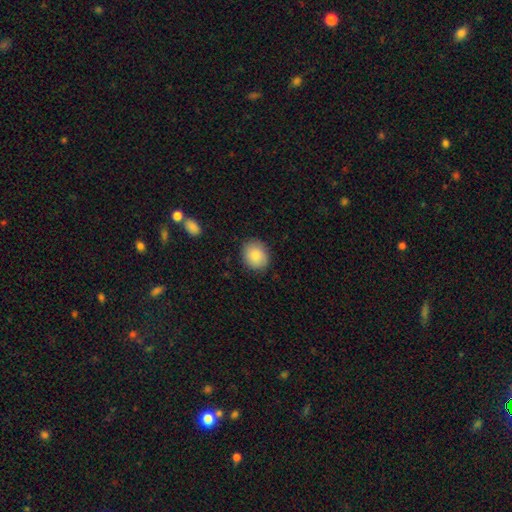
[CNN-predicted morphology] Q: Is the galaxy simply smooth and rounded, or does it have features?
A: smooth — 86%.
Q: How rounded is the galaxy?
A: round — 69%.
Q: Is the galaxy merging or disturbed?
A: none — 87%.